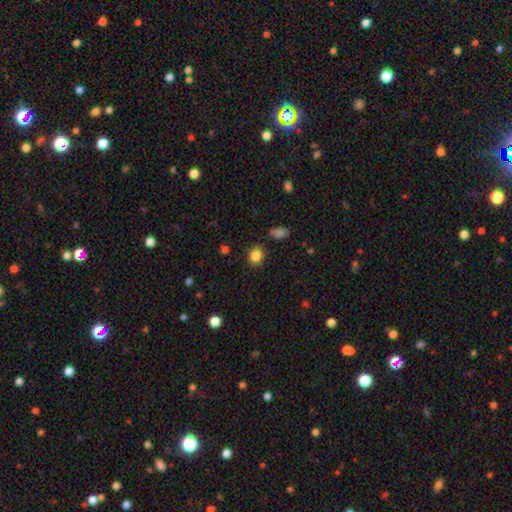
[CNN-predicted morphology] type=smooth (85%); roundness=round (70%); merging=none (86%).